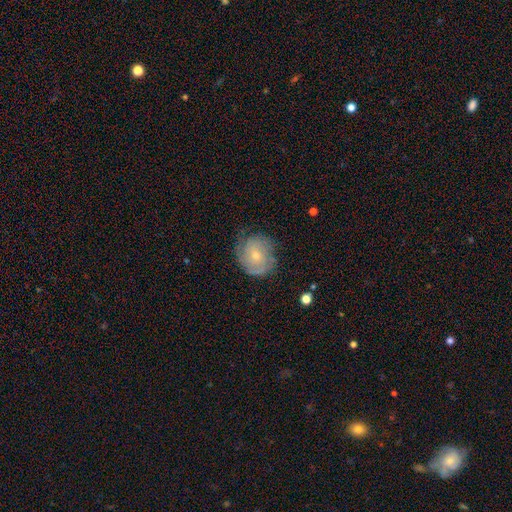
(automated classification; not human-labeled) A featured or disk galaxy (57%) with no bar (77%), spiral arms (82%) and a small central bulge (63%).

Vote fractions:
- Smooth or featured? featured or disk: 57% / smooth: 36% / star or artifact: 8%
- Edge-on disk? no: 97% / yes: 3%
- Bar? no: 77% / weak: 20% / strong: 3%
- Spiral arms? yes: 82% / no: 18%
- Bulge size? small: 63% / moderate: 33% / none: 2% / large: 1% / dominant: 1%
- Merging? none: 63% / minor disturbance: 26% / major disturbance: 10% / merger: 1%